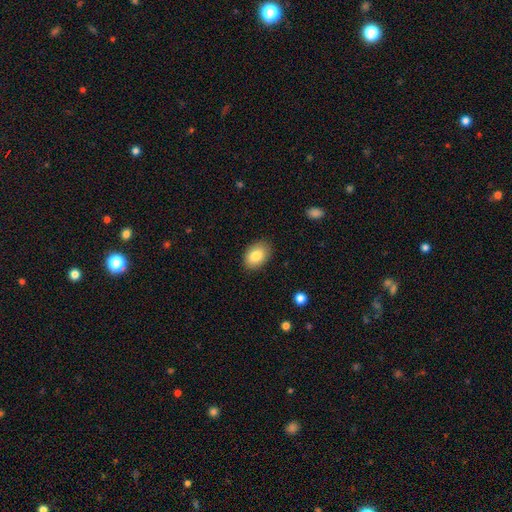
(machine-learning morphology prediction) smooth_or_featured: smooth (p=0.85) [alt: featured or disk p=0.08]
how_rounded: in between (p=0.86) [alt: round p=0.13]
merging: none (p=0.87) [alt: minor disturbance p=0.10]